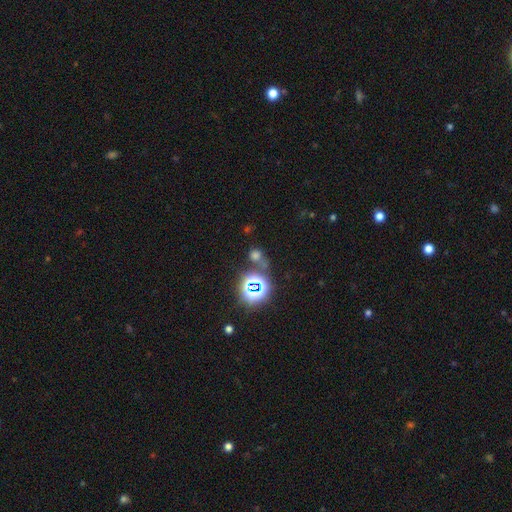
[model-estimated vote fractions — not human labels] This appears to be a smooth galaxy with no disk features (52%) that is round (78%). Merging: none (59%).